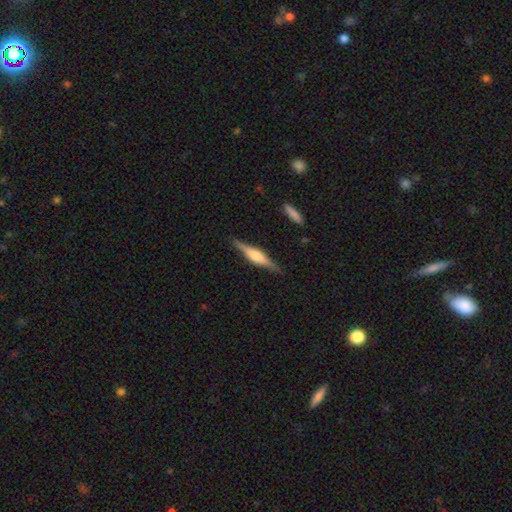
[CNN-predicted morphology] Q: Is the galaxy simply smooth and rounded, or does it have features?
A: featured or disk — 72%.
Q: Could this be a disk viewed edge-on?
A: yes — 98%.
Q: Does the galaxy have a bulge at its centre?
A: rounded — 63%.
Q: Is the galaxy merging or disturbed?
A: none — 88%.